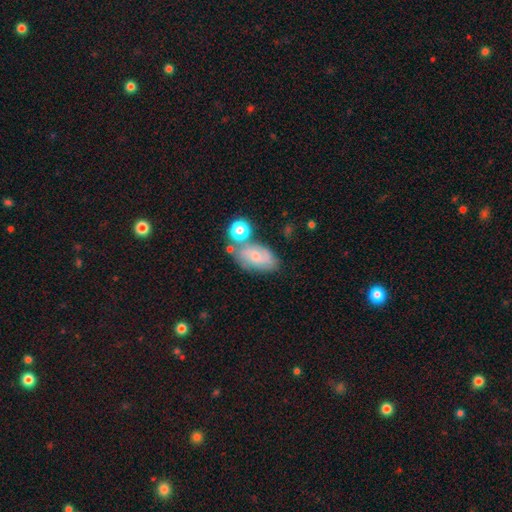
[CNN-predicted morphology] This is possibly a featured or disk galaxy (48%). Merging: possibly none (51%).